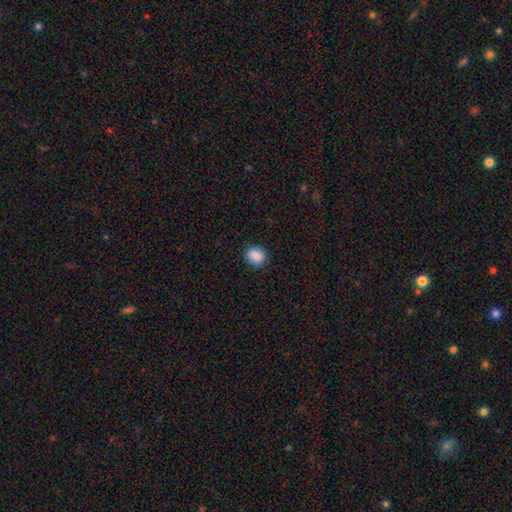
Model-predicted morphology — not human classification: Smooth or featured? smooth (87%)
How rounded? round (67%)
Merging? none (87%)